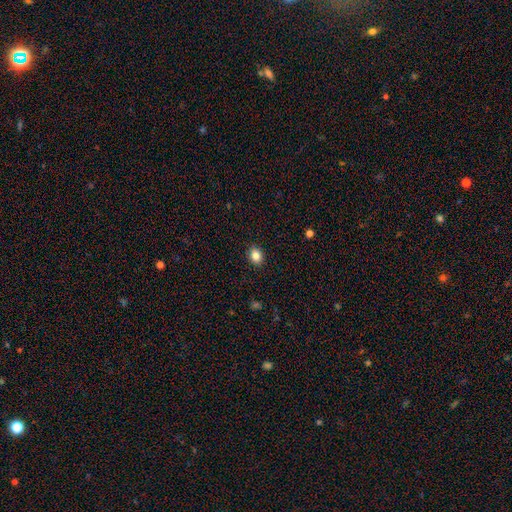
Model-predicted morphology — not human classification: This is clearly a smooth galaxy (84%). How rounded: possibly in between (51%). Merging: clearly none (90%).